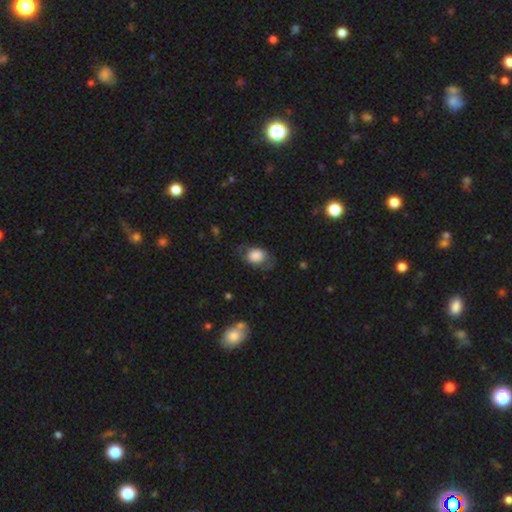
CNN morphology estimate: This appears to be a smooth galaxy with no disk features (71%) that is in between round and cigar-shaped (67%). Merging: none (59%).